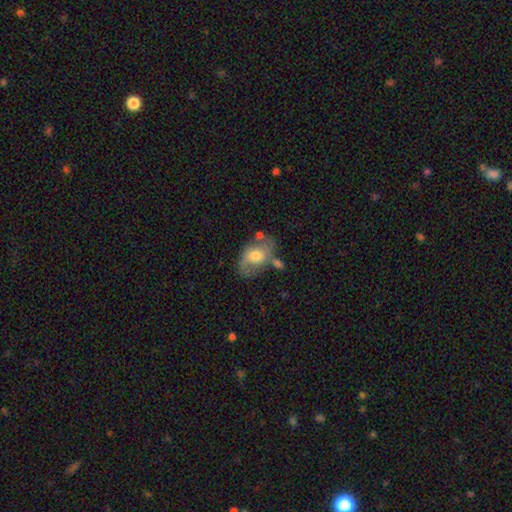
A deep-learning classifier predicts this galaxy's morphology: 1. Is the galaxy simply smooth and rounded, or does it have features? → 52% featured or disk, 41% smooth, 7% star or artifact.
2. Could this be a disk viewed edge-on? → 95% no, 5% yes.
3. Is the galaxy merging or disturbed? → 56% none, 22% minor disturbance, 12% merger, 10% major disturbance.